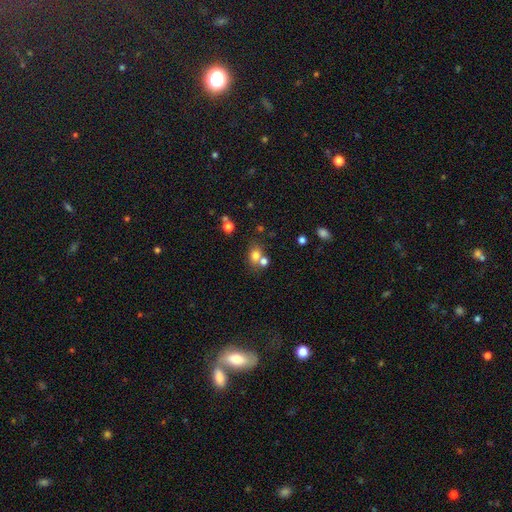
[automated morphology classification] This appears to be a smooth galaxy with no disk features (74%) that is round (53%). Merging: none (51%).